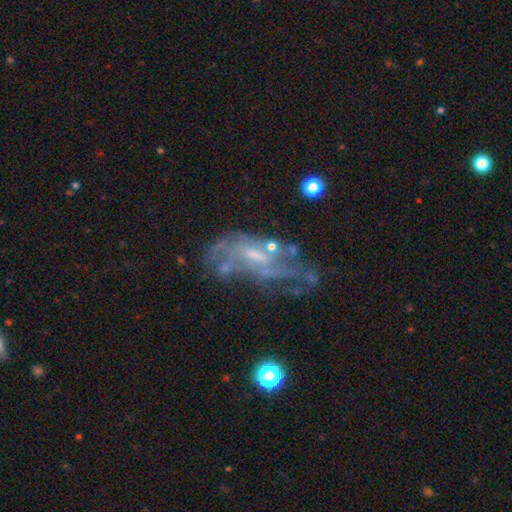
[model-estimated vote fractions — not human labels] smooth_or_featured: featured or disk (p=0.72) [alt: smooth p=0.15]
disk_edge_on: no (p=0.92) [alt: yes p=0.08]
bar: no (p=0.46) [alt: weak p=0.41]
has_spiral_arms: yes (p=0.55) [alt: no p=0.45]
bulge_size: small (p=0.43) [alt: moderate p=0.28]
merging: none (p=0.38) [alt: major disturbance p=0.30]